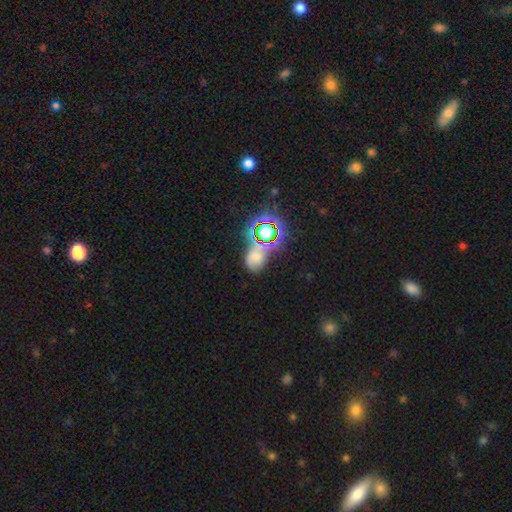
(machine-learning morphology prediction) Smooth or featured: star or artifact — 49% (smooth — 37%)